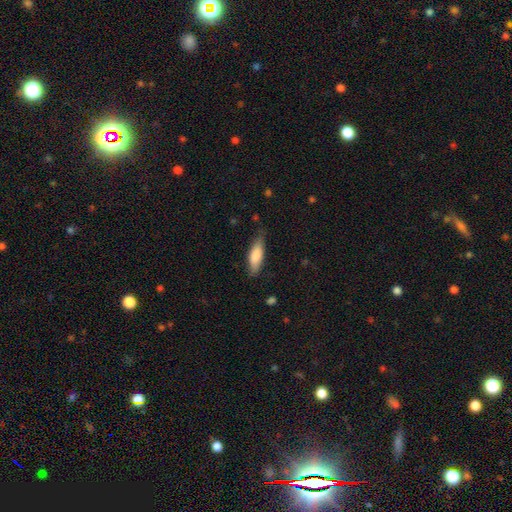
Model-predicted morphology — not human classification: smooth-or-featured: smooth: 80% | featured or disk: 14% | star or artifact: 6%
  how-rounded: in between: 54% | cigar-shaped: 44% | round: 2%
  merging: none: 71% | minor disturbance: 23% | major disturbance: 5% | merger: 1%